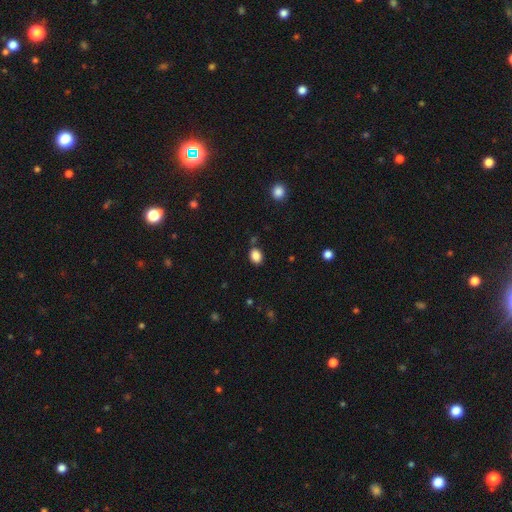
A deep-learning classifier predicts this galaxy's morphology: Smooth or featured?
  - smooth: 86% *
  - star or artifact: 10%
  - featured or disk: 4%
How rounded?
  - in between: 61% *
  - round: 38%
  - cigar-shaped: 1%
Merging?
  - none: 80% *
  - minor disturbance: 12%
  - merger: 5%
  - major disturbance: 3%